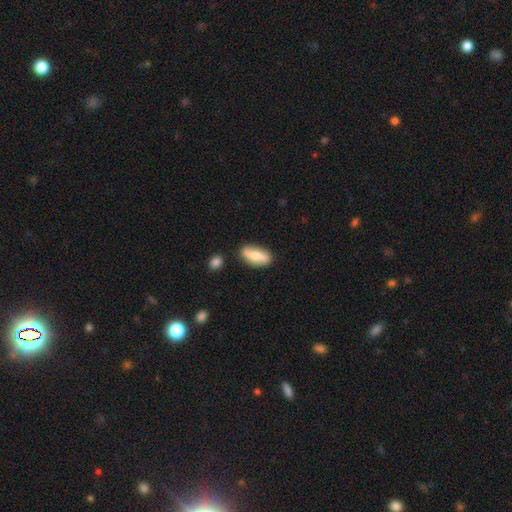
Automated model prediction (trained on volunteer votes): Smooth or featured? smooth (62%)
How rounded? in between (75%)
Merging? none (81%)